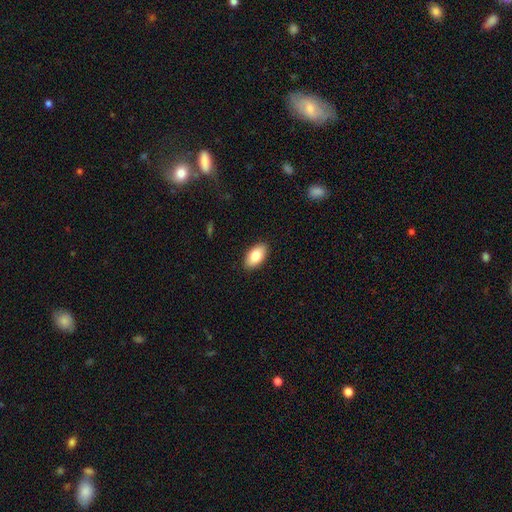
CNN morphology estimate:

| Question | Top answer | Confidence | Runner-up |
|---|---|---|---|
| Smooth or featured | smooth | 85% | featured or disk (9%) |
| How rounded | in between | 95% | round (3%) |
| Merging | none | 89% | minor disturbance (8%) |